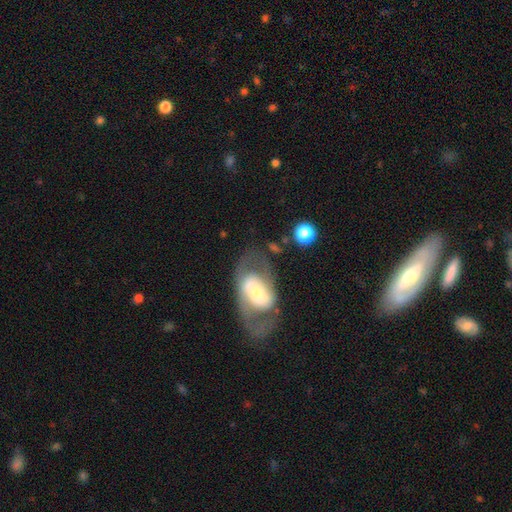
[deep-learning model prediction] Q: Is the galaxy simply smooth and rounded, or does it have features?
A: featured or disk — 64%.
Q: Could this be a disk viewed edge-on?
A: no — 88%.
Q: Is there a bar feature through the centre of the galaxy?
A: no — 51%.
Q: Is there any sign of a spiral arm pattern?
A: yes — 59%.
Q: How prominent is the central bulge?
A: large — 38%.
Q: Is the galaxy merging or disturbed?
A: none — 61%.